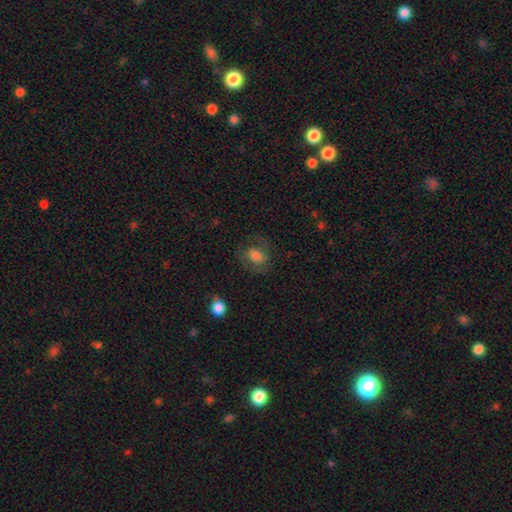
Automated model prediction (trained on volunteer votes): smooth_or_featured: smooth (p=0.48) [alt: featured or disk p=0.41]
merging: none (p=0.69) [alt: minor disturbance p=0.18]